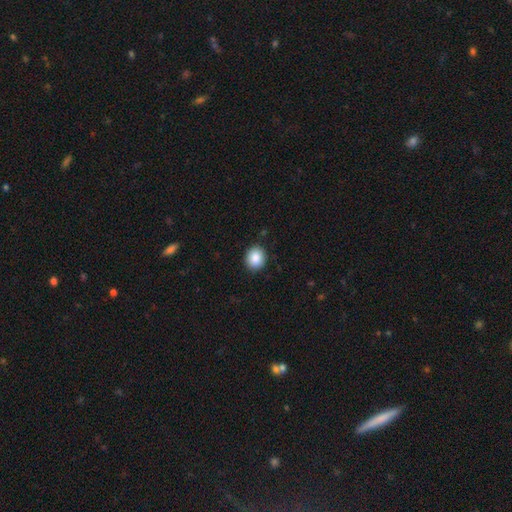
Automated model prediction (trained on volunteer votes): A smooth galaxy with no disk features (88%) that is round (74%). Merging: none (90%).